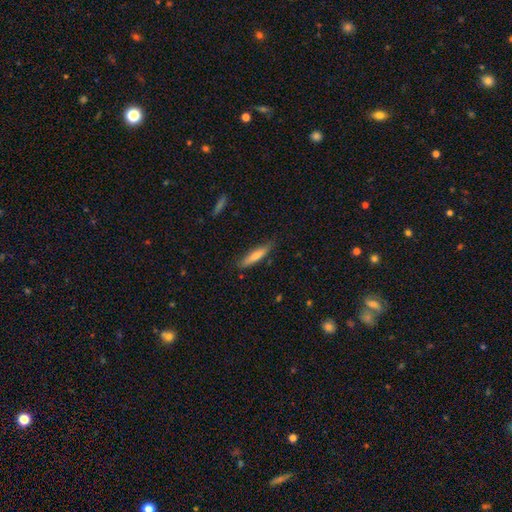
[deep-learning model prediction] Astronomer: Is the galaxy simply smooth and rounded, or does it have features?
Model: smooth — 56% (runner-up: featured or disk, 37%).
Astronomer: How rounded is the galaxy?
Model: cigar-shaped — 86%.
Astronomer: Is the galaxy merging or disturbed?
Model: none — 84%.